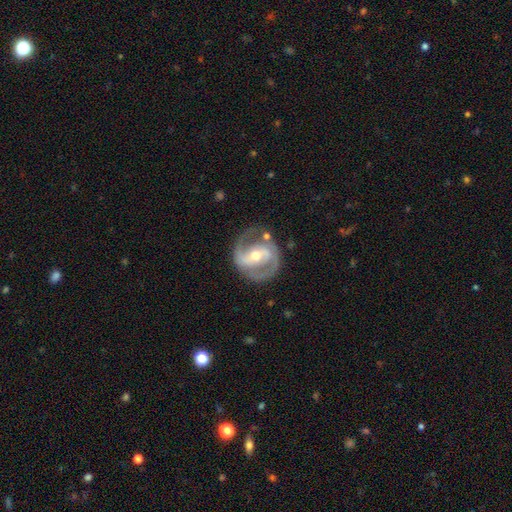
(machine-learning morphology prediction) Overall: featured or disk (87%). Edge-on disk: no (97%). Bar: strong (41%; weak 35%). Spiral arms: yes (92%). Spiral arm count: 2 (89%). Spiral winding: medium (52%; tight 32%). Bulge size: moderate (65%; small 29%). Merging: none (76%).